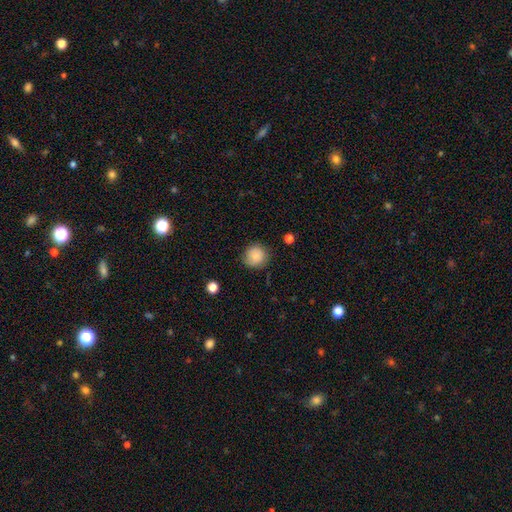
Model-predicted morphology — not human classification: This is clearly a smooth galaxy (84%). How rounded: clearly round (89%). Merging: likely none (79%).